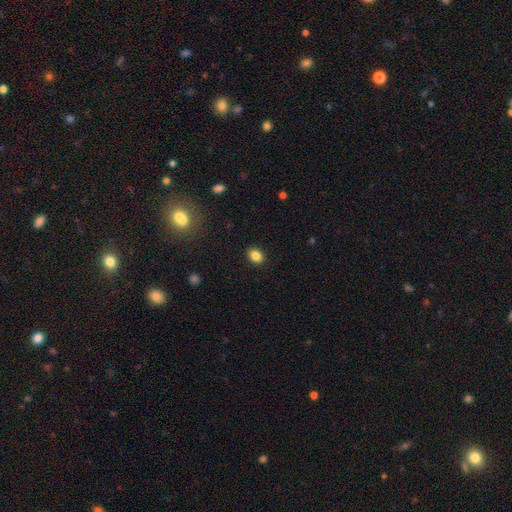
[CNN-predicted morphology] smooth_or_featured: smooth (p=0.86) [alt: star or artifact p=0.10]
how_rounded: in between (p=0.61) [alt: round p=0.37]
merging: none (p=0.90) [alt: minor disturbance p=0.07]